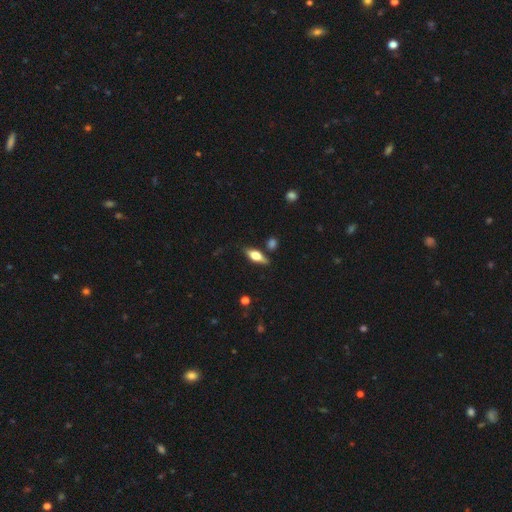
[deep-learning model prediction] smooth_or_featured: featured or disk (p=0.48) [alt: smooth p=0.45]
merging: none (p=0.80) [alt: minor disturbance p=0.13]